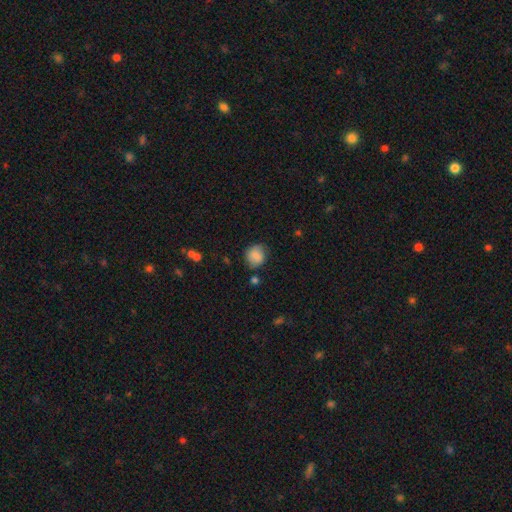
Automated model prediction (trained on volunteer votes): Smooth or featured? smooth (81%)
How rounded? round (75%)
Merging? none (76%)